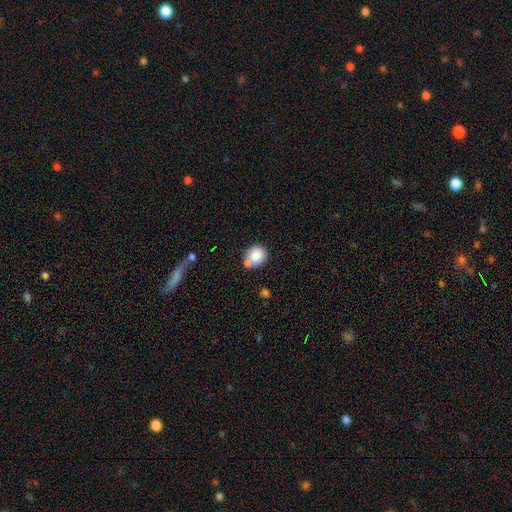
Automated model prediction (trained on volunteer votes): This is clearly a smooth galaxy (82%). How rounded: clearly round (81%). Merging: possibly none (55%).